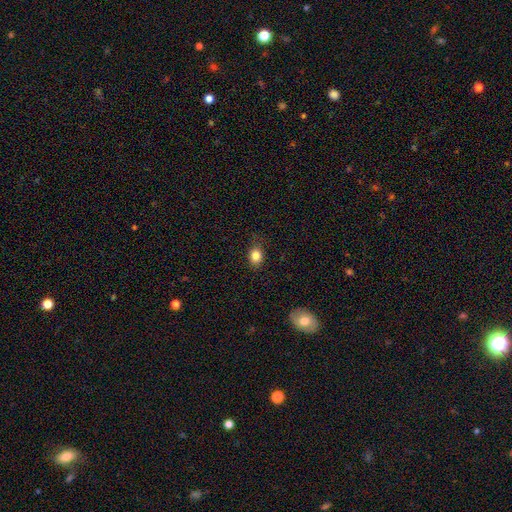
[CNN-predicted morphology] A smooth galaxy with no disk features (83%) that is in between round and cigar-shaped (53%).

Vote fractions:
- Smooth or featured? smooth: 83% / star or artifact: 10% / featured or disk: 6%
- How rounded? in between: 53% / round: 46% / cigar-shaped: 1%
- Merging? none: 80% / minor disturbance: 15% / major disturbance: 3% / merger: 1%